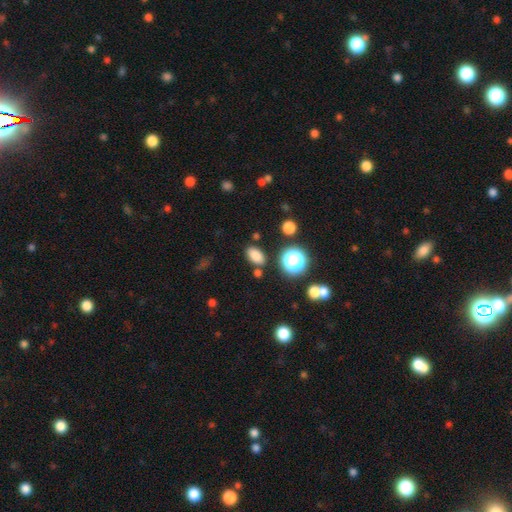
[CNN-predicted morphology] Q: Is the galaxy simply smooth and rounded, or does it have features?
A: smooth — 80%.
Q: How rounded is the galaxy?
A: in between — 85%.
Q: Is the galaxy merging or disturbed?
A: none — 82%.